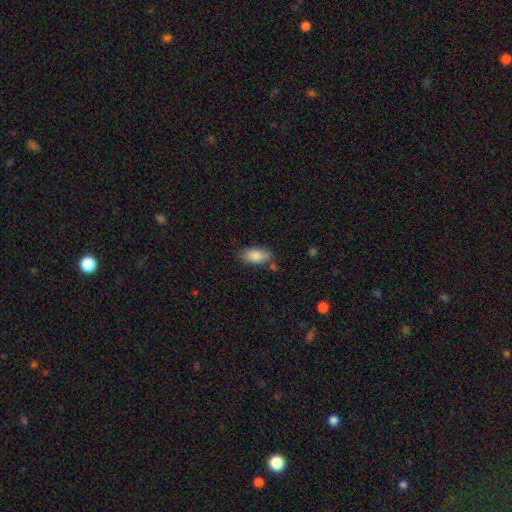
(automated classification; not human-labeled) Morphology: type=smooth (85%); roundness=in between (89%); merging=none (66%).